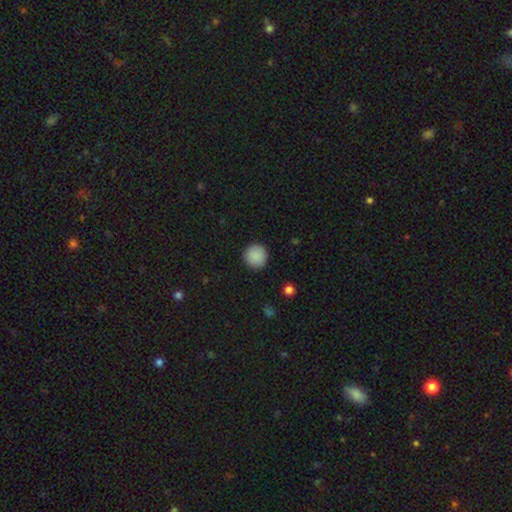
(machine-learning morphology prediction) Smooth or featured: smooth — 89% (star or artifact — 8%)
How rounded: round — 96% (in between — 3%)
Merging: none — 92% (minor disturbance — 5%)